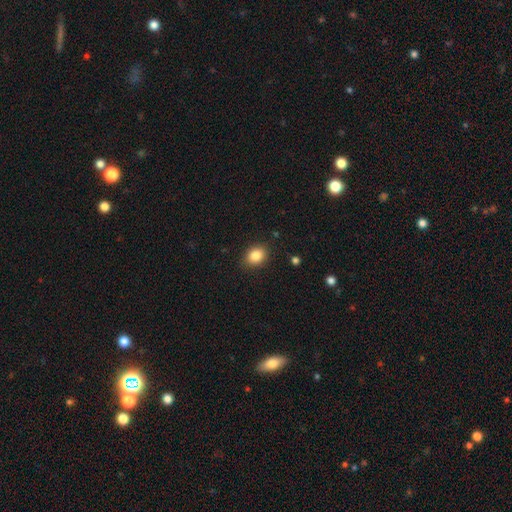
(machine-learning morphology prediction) A smooth galaxy with no disk features (85%) that is in between round and cigar-shaped (64%). Merging: none (87%).